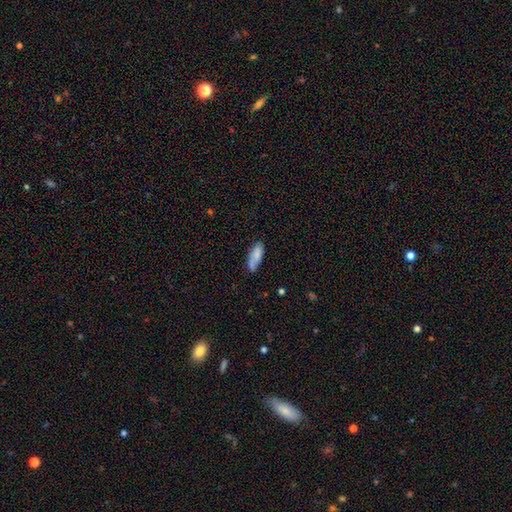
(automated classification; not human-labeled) A smooth galaxy with no disk features (76%) that is in between round and cigar-shaped (69%). Merging: none (62%).